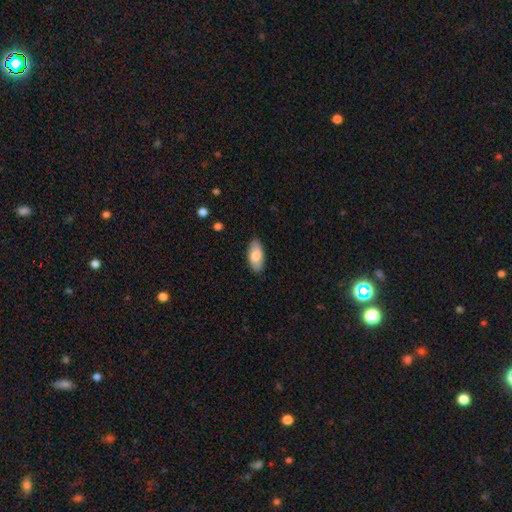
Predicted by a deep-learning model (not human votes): Overall: smooth (82%). How rounded: in between (93%). Merging: none (87%).